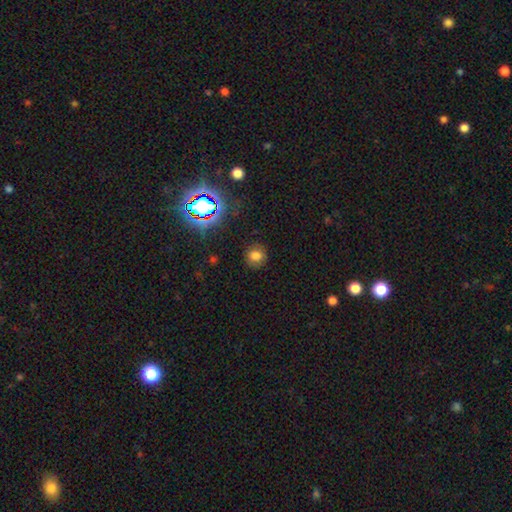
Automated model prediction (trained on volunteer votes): Smooth or featured?
  - smooth: 74% *
  - star or artifact: 18%
  - featured or disk: 8%
How rounded?
  - round: 83% *
  - in between: 16%
  - cigar-shaped: 1%
Merging?
  - none: 84% *
  - minor disturbance: 11%
  - major disturbance: 4%
  - merger: 1%